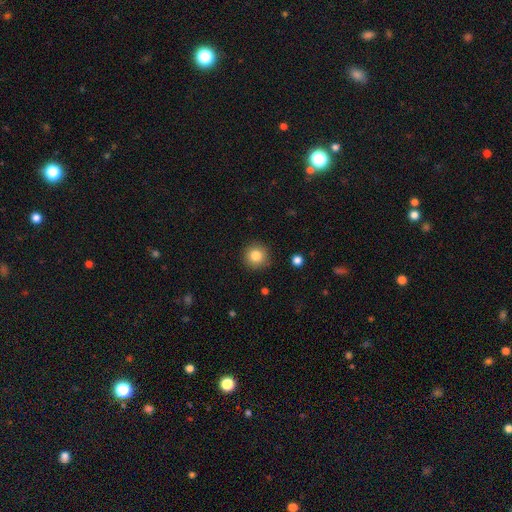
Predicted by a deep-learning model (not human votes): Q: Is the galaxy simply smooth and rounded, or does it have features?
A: smooth — 83%.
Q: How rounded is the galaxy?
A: round — 95%.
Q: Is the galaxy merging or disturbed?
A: none — 90%.